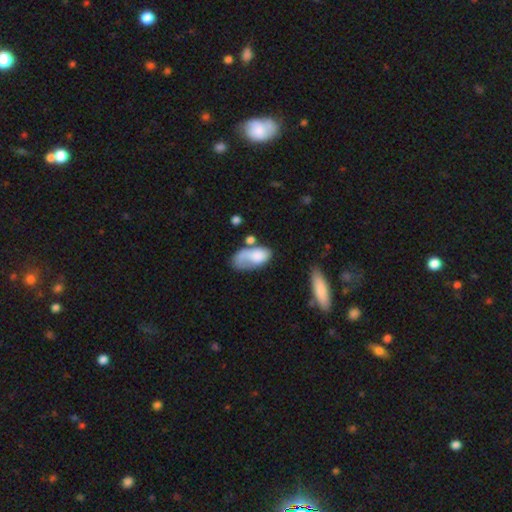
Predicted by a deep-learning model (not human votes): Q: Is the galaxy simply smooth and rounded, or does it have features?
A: smooth — 68%.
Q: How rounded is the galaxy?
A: in between — 92%.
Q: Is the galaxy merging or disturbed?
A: major disturbance — 30%.